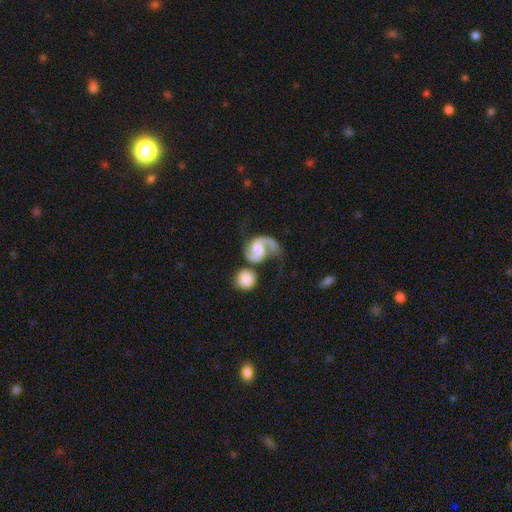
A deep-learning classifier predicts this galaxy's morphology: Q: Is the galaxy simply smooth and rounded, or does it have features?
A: featured or disk — 83%.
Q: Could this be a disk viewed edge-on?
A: no — 98%.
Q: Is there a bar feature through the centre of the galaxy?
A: no — 57%.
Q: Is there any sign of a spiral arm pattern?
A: yes — 95%.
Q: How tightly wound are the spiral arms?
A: medium — 46%.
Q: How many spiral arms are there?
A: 2 — 72%.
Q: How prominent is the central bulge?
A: moderate — 60%.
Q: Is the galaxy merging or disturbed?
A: none — 43%.